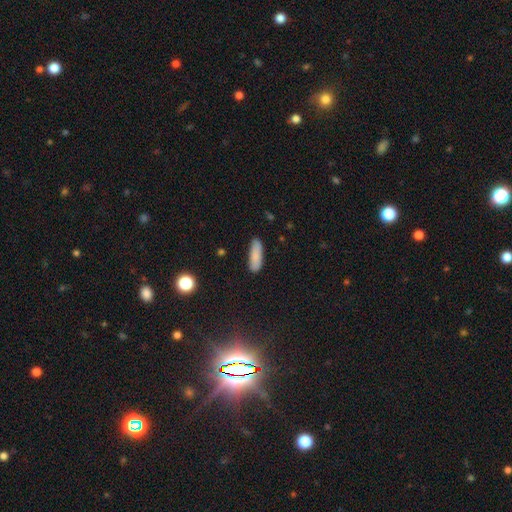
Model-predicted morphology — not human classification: This appears to be a smooth galaxy with no disk features (86%) that is cigar-shaped (55%). Merging: none (84%).